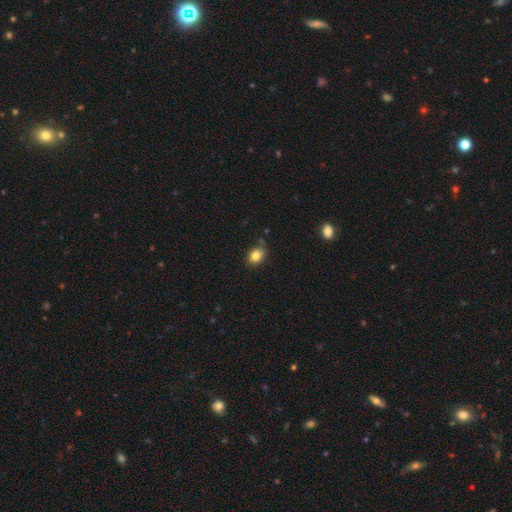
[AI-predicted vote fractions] Morphology: type=smooth (83%); roundness=in between (67%); merging=none (77%).